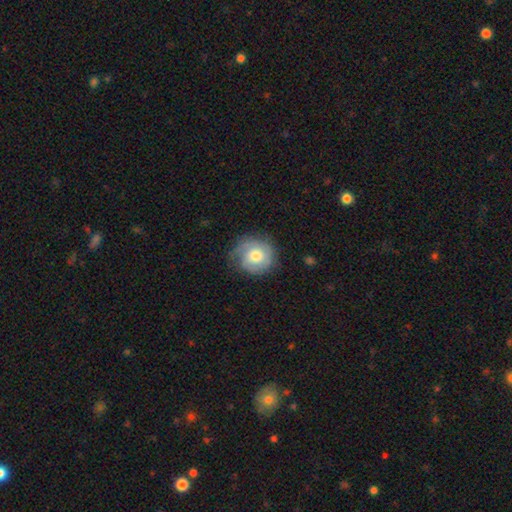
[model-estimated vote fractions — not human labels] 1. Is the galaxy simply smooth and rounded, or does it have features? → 48% smooth, 45% featured or disk, 7% star or artifact.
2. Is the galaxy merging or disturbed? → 67% none, 23% minor disturbance, 9% major disturbance, 1% merger.